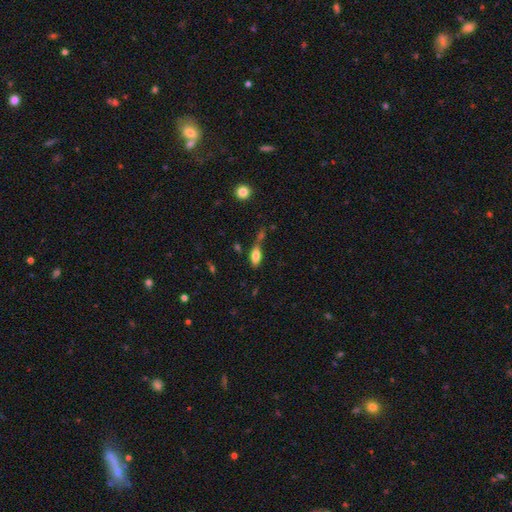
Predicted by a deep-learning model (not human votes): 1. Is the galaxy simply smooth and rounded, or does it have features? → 72% smooth, 19% featured or disk, 9% star or artifact.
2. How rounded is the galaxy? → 78% in between, 18% cigar-shaped, 4% round.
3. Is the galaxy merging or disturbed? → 46% none, 23% minor disturbance, 19% merger, 12% major disturbance.